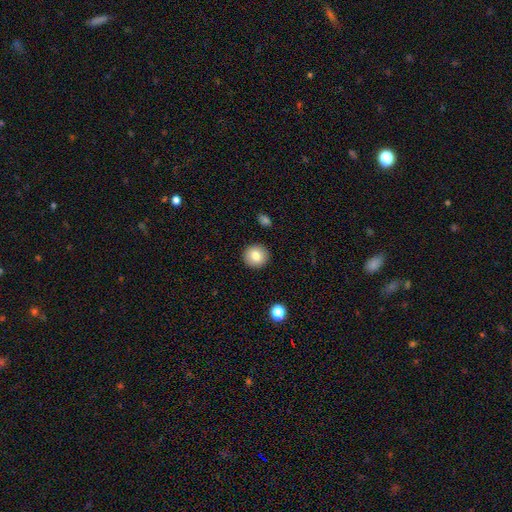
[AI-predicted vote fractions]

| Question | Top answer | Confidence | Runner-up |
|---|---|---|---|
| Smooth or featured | smooth | 81% | featured or disk (10%) |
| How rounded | round | 91% | in between (8%) |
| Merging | none | 92% | minor disturbance (5%) |